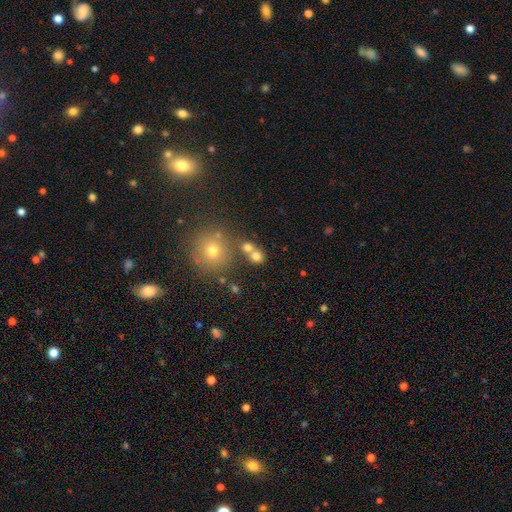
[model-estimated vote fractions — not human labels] Morphology: type=smooth (72%); roundness=round (76%); merging=none (47%).